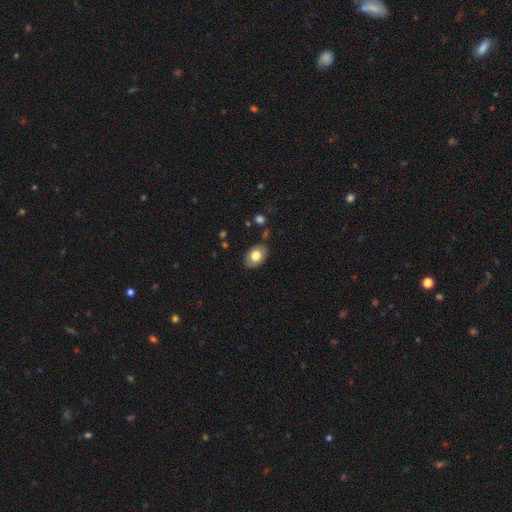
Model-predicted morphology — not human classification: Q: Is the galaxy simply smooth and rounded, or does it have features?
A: smooth — 74%.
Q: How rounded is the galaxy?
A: in between — 84%.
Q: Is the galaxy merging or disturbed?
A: none — 82%.